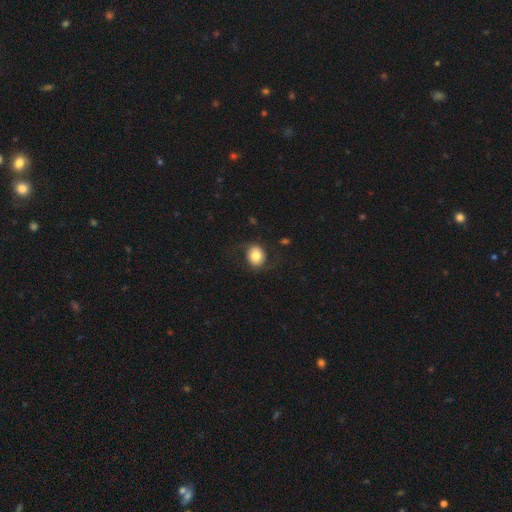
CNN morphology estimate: This is likely a smooth galaxy (73%). How rounded: likely round (60%). Merging: likely none (76%).